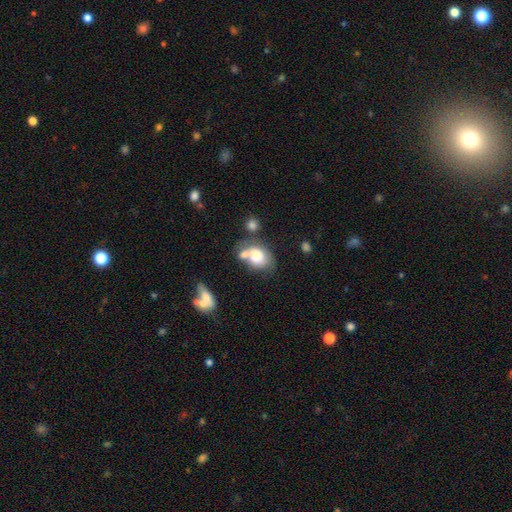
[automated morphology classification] This is likely a smooth galaxy (72%). How rounded: likely in between (70%). Merging: possibly merger (46%).